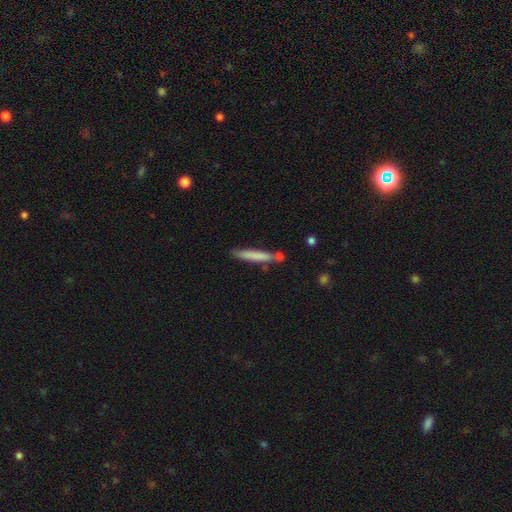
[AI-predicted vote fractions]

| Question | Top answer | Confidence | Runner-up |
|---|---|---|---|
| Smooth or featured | smooth | 74% | featured or disk (20%) |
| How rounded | cigar-shaped | 94% | in between (5%) |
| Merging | none | 72% | minor disturbance (14%) |